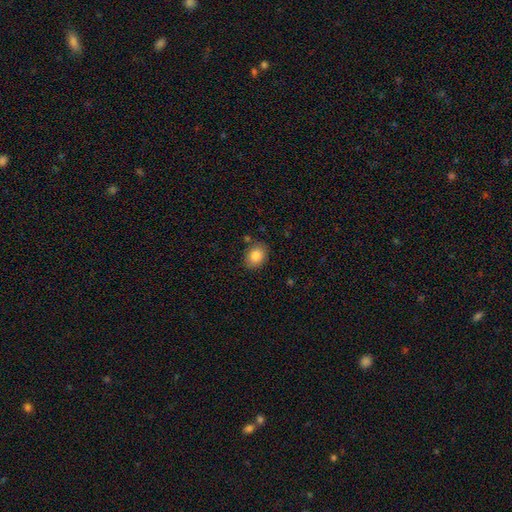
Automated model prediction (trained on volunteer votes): Q: Smooth or featured?
A: smooth (85%); runner-up: star or artifact (8%)
Q: How rounded?
A: in between (58%); runner-up: round (42%)
Q: Merging?
A: none (83%); runner-up: minor disturbance (11%)